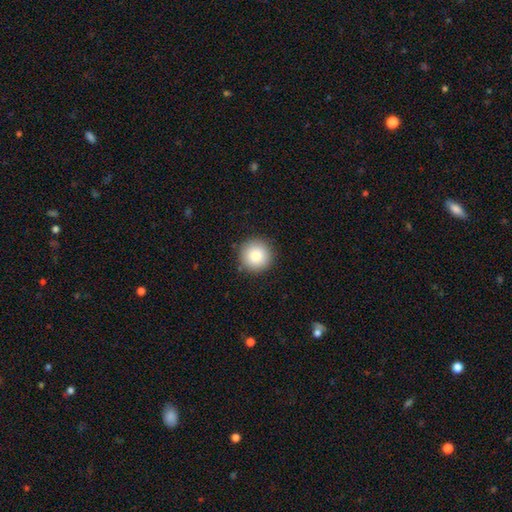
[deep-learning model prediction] Smooth or featured? Predicted: smooth (p=0.82). How rounded? Predicted: round (p=0.96). Merging? Predicted: none (p=0.90).